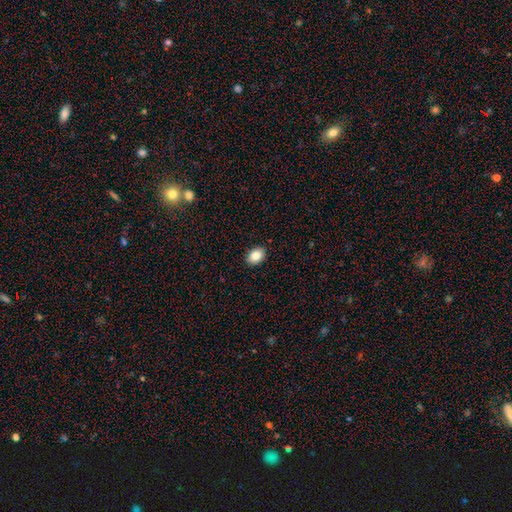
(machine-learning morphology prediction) smooth_or_featured: smooth (p=0.83) [alt: star or artifact p=0.08]
how_rounded: in between (p=0.77) [alt: round p=0.22]
merging: none (p=0.90) [alt: minor disturbance p=0.07]